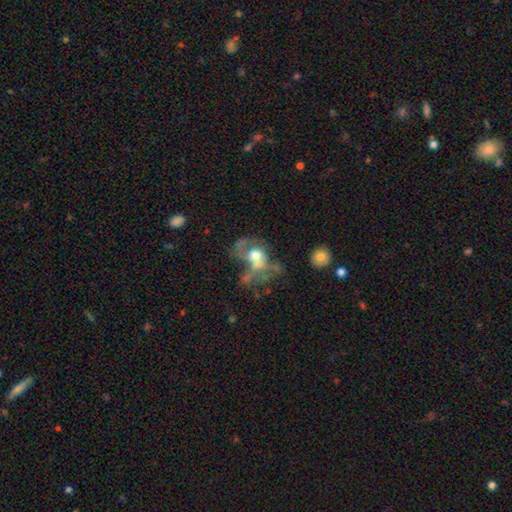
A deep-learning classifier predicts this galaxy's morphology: This is possibly a featured or disk galaxy (54%). It is clearly not viewed edge-on (97%). Bar: clearly no (85%). Spiral arm pattern: likely no (77%). Central bulge: possibly moderate (47%). Merging: marginally major disturbance (40%).